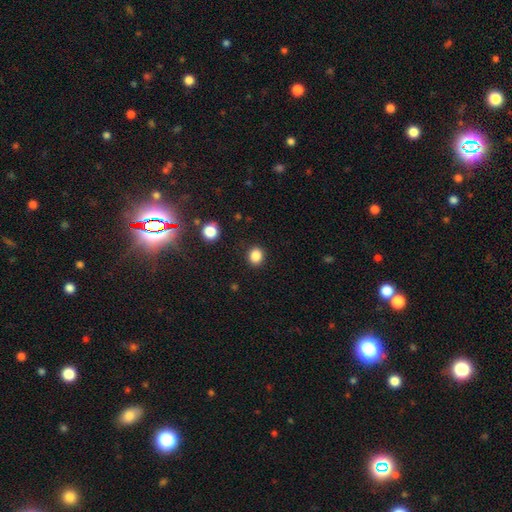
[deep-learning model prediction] Smooth or featured?
  - smooth: 86% *
  - star or artifact: 11%
  - featured or disk: 3%
How rounded?
  - round: 71% *
  - in between: 28%
  - cigar-shaped: 1%
Merging?
  - none: 89% *
  - minor disturbance: 7%
  - major disturbance: 3%
  - merger: 1%